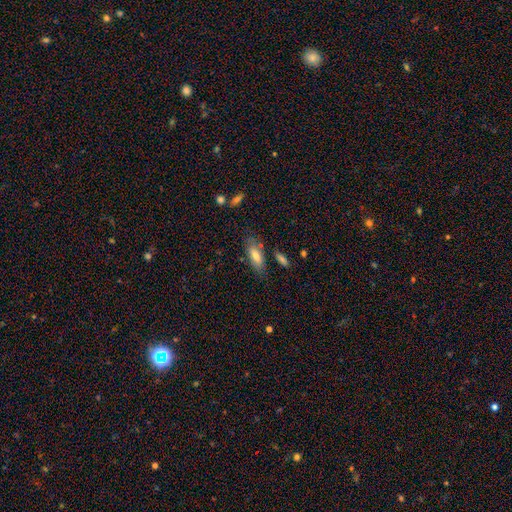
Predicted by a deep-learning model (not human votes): smooth-or-featured: smooth: 72% | featured or disk: 21% | star or artifact: 7%
  how-rounded: in between: 76% | cigar-shaped: 22% | round: 2%
  merging: none: 70% | minor disturbance: 19% | merger: 6% | major disturbance: 5%